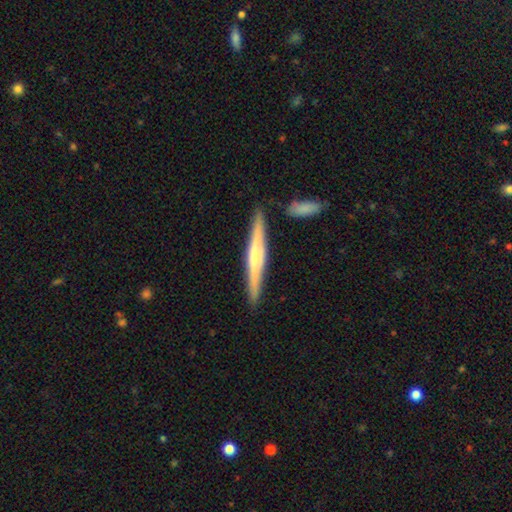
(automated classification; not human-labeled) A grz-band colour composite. It shows a featured or disk galaxy (61%) viewed edge-on (97%) with a rounded central bulge (63%). Merging: none (87%).